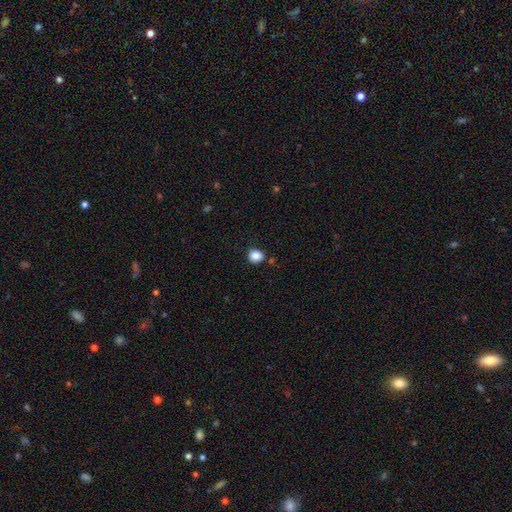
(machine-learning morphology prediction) Smooth or featured? smooth (86%)
How rounded? round (72%)
Merging? none (82%)